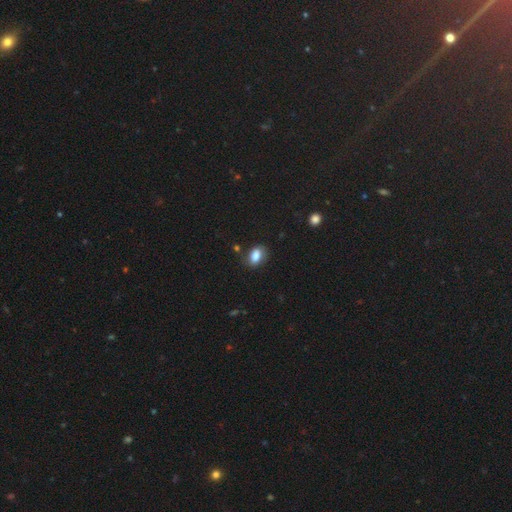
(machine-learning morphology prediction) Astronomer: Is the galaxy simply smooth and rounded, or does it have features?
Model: smooth — 84%.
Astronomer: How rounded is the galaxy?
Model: in between — 84%.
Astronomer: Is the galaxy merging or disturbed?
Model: none — 73%.